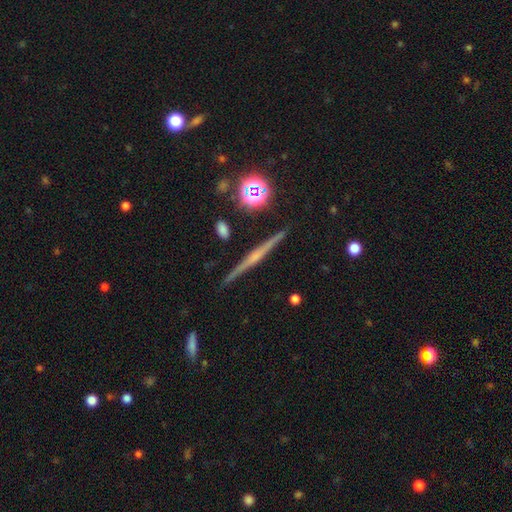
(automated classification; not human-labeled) smooth_or_featured: featured or disk (p=0.77) [alt: smooth p=0.13]
disk_edge_on: yes (p=0.98) [alt: no p=0.02]
edge_on_bulge: rounded (p=0.68) [alt: none p=0.22]
merging: none (p=0.91) [alt: minor disturbance p=0.06]